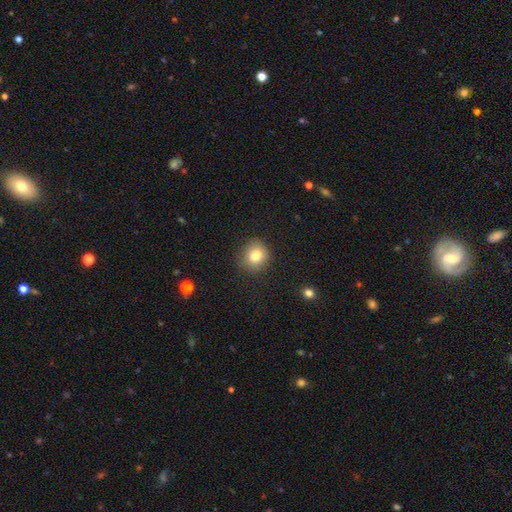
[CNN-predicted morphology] Smooth or featured?
  - smooth: 82% *
  - star or artifact: 10%
  - featured or disk: 8%
How rounded?
  - round: 80% *
  - in between: 19%
  - cigar-shaped: 1%
Merging?
  - none: 84% *
  - minor disturbance: 11%
  - major disturbance: 3%
  - merger: 1%